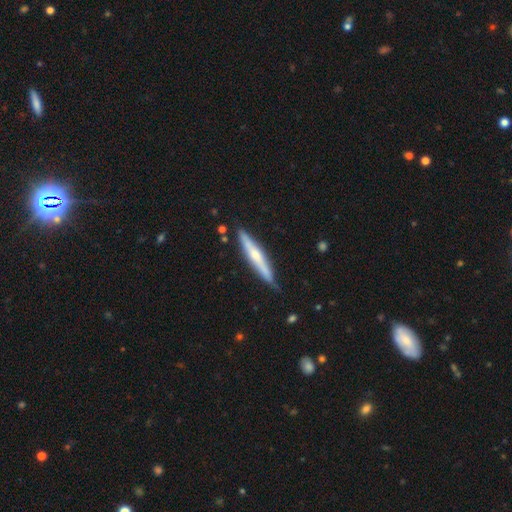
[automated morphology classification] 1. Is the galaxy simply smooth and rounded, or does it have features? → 54% featured or disk, 40% smooth, 6% star or artifact.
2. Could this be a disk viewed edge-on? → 94% yes, 6% no.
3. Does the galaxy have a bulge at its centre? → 72% rounded, 21% none, 6% boxy.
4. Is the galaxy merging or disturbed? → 83% none, 13% minor disturbance, 2% major disturbance, 2% merger.